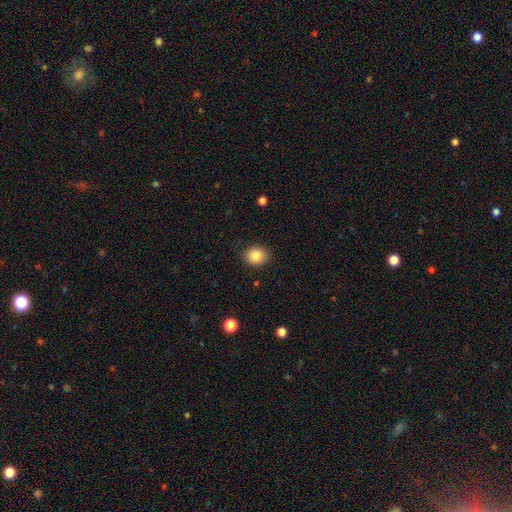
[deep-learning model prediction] Smooth or featured: smooth — 84% (star or artifact — 9%)
How rounded: round — 67% (in between — 32%)
Merging: none — 89% (minor disturbance — 8%)